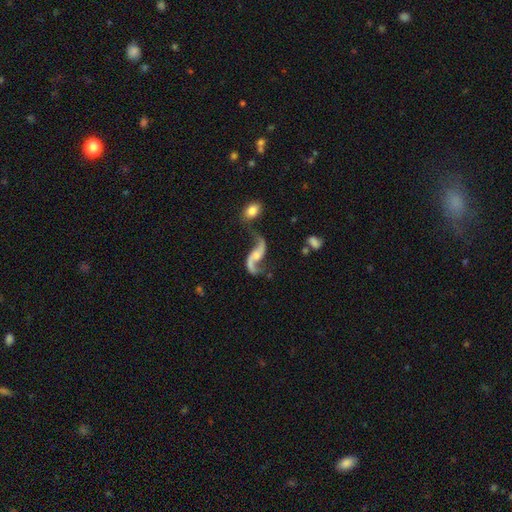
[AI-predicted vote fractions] A featured or disk galaxy (90%) with no bar (56%), 2 (93%) loose (91%) spiral arms (96%) and a small central bulge (44%).

Vote fractions:
- Smooth or featured? featured or disk: 90% / smooth: 6% / star or artifact: 5%
- Edge-on disk? no: 95% / yes: 5%
- Bar? no: 56% / weak: 32% / strong: 12%
- Spiral arms? yes: 96% / no: 4%
- Spiral winding? loose: 91% / medium: 7% / tight: 2%
- Spiral arm count? 2: 93% / 1: 3% / can't tell: 1% / 3: 1% / 4: 1% / more than 4: 1%
- Bulge size? small: 44% / moderate: 39% / none: 11% / large: 5% / dominant: 2%
- Merging? none: 60% / minor disturbance: 16% / major disturbance: 12% / merger: 12%